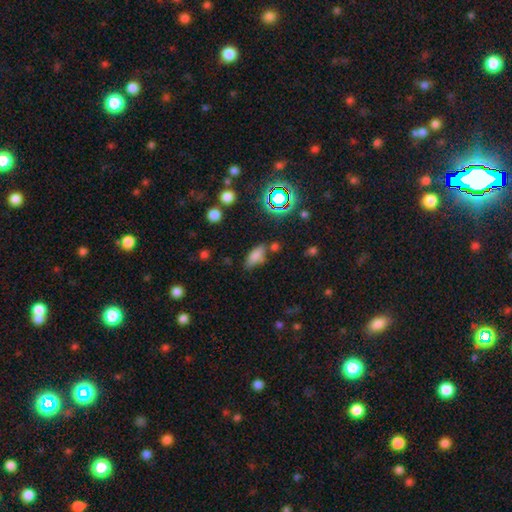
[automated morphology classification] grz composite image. It shows a smooth galaxy with no disk features (74%) that is in between round and cigar-shaped (81%). Merging: none (66%).